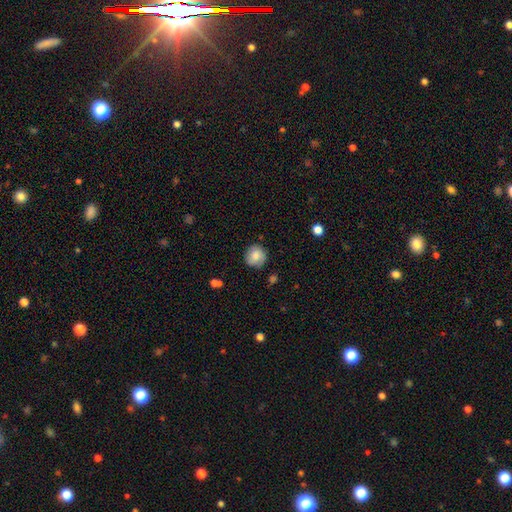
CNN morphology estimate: smooth 75%, featured or disk 16%, star or artifact 8%. Down the decision tree: how rounded — round (90%); merging — none (81%).